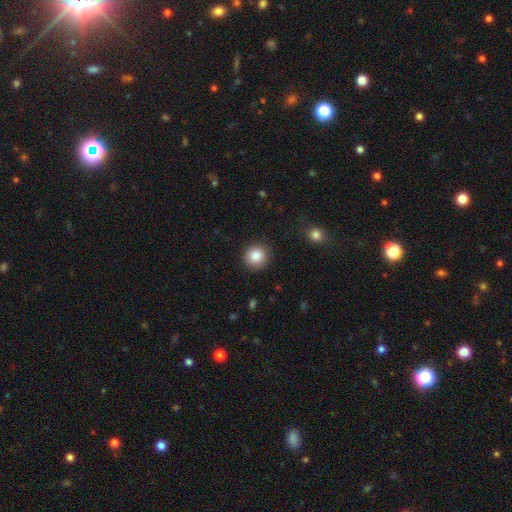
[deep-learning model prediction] smooth-or-featured: smooth: 85% | star or artifact: 9% | featured or disk: 6%
  how-rounded: round: 94% | in between: 5% | cigar-shaped: 1%
  merging: none: 91% | minor disturbance: 6% | major disturbance: 2% | merger: 1%